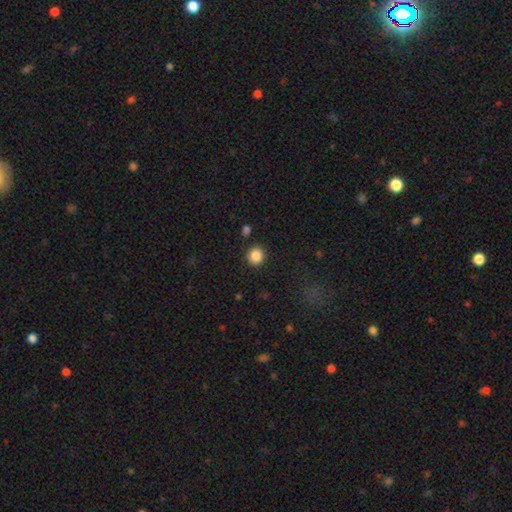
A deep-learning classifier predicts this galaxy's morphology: smooth_or_featured: smooth (p=0.86) [alt: star or artifact p=0.10]
how_rounded: round (p=0.91) [alt: in between p=0.09]
merging: none (p=0.90) [alt: minor disturbance p=0.06]